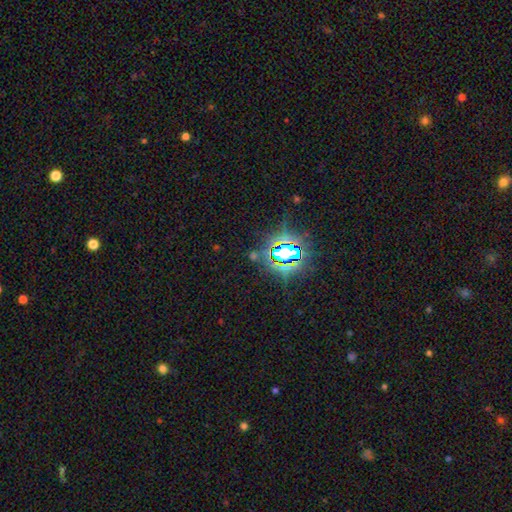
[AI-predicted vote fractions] Smooth or featured? star or artifact (79%)